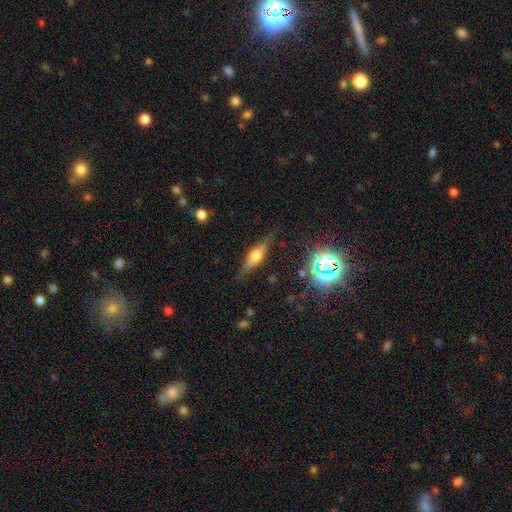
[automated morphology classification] type=featured or disk (57%); edge-on=yes (93%); edge-on bulge=rounded (87%); merging=none (82%).